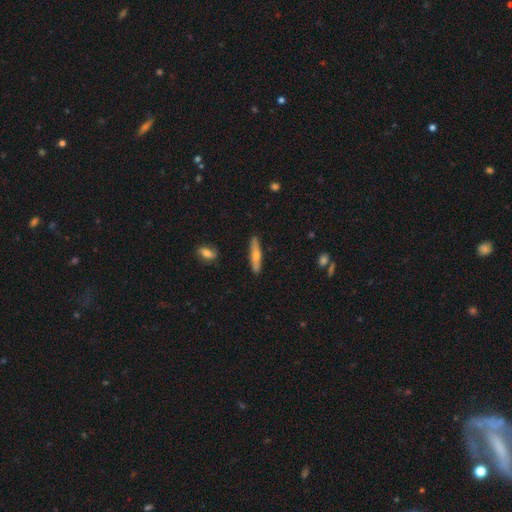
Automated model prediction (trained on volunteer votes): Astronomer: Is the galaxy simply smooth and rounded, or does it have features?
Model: smooth — 56% (runner-up: featured or disk, 38%).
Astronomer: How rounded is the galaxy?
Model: cigar-shaped — 87%.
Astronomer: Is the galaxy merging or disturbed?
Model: none — 88%.